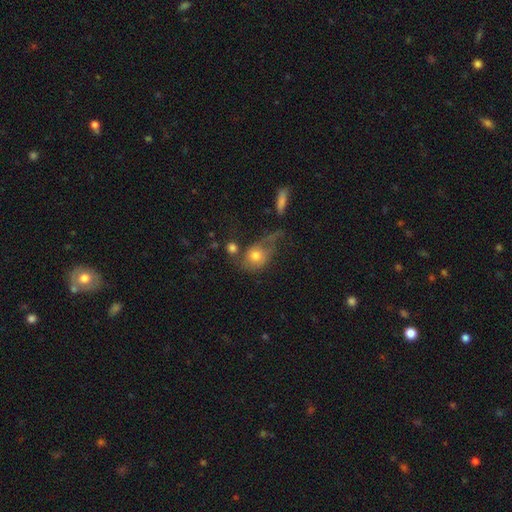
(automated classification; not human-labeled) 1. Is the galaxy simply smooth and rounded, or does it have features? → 66% smooth, 25% featured or disk, 10% star or artifact.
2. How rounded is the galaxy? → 55% round, 43% in between, 2% cigar-shaped.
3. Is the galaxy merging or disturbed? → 34% major disturbance, 26% none, 20% minor disturbance, 20% merger.